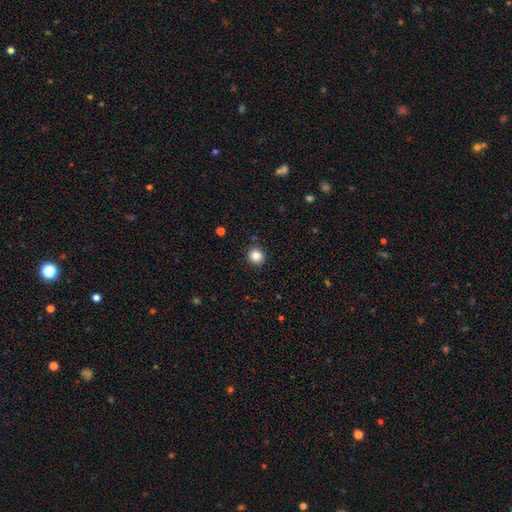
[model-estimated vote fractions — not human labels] Smooth or featured? smooth (85%)
How rounded? round (88%)
Merging? none (91%)